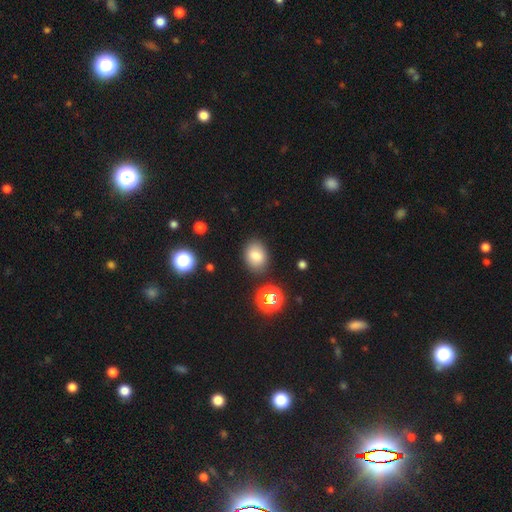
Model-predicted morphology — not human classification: type=smooth (80%); roundness=in between (65%); merging=none (82%).